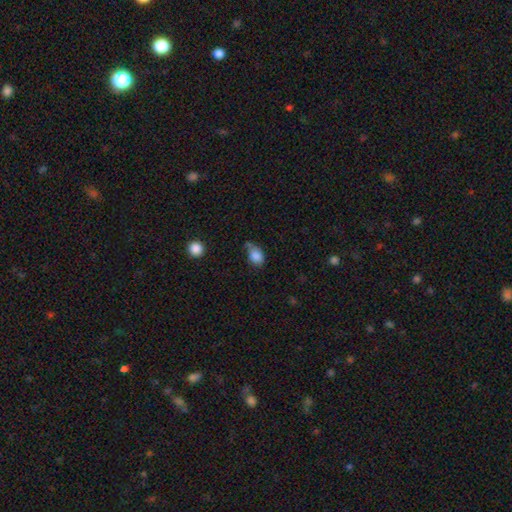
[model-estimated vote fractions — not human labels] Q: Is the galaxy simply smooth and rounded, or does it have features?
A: smooth — 85%.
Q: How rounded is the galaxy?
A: in between — 70%.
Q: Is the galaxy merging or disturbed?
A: none — 49%.